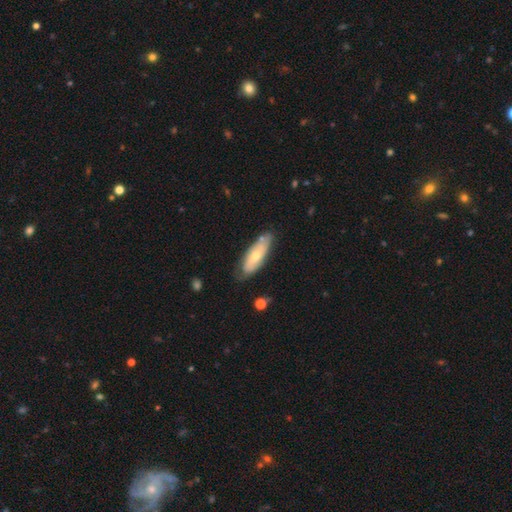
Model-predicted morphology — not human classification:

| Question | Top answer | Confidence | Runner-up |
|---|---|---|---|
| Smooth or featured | smooth | 55% | featured or disk (39%) |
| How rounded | in between | 67% | cigar-shaped (32%) |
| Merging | none | 68% | minor disturbance (24%) |